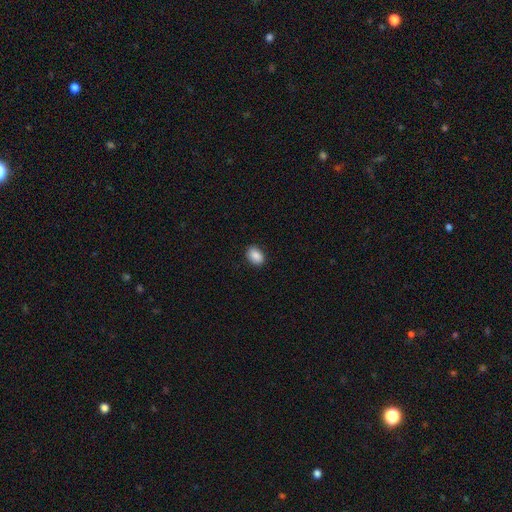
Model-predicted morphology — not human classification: A smooth galaxy with no disk features (88%) that is in between round and cigar-shaped (78%).

Vote fractions:
- Smooth or featured? smooth: 88% / star or artifact: 8% / featured or disk: 4%
- How rounded? in between: 78% / round: 21% / cigar-shaped: 1%
- Merging? none: 88% / minor disturbance: 9% / major disturbance: 2% / merger: 1%